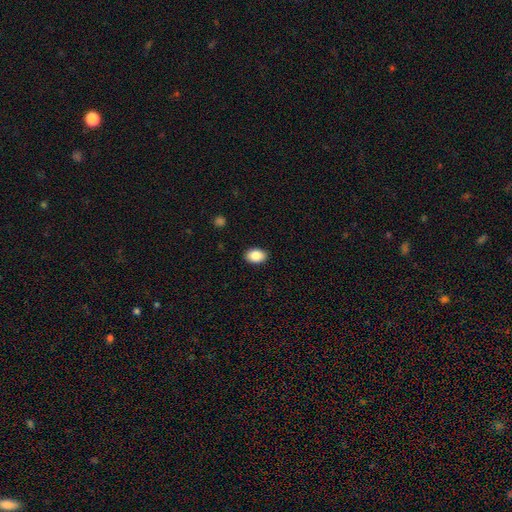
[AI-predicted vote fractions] This appears to be a smooth galaxy with no disk features (87%) that is in between round and cigar-shaped (82%). Merging: none (89%).